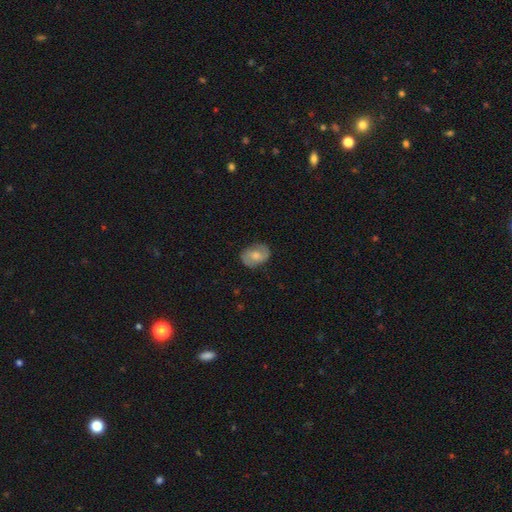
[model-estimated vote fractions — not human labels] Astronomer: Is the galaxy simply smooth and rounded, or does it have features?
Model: featured or disk — 48% (runner-up: smooth, 45%).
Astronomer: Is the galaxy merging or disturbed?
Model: none — 79%.